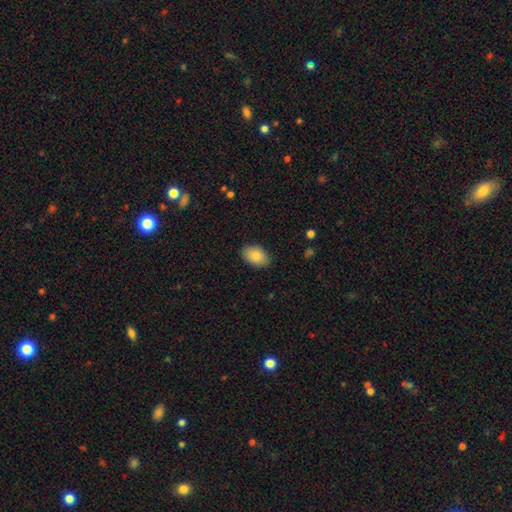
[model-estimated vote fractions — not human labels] This appears to be a smooth galaxy with no disk features (85%) that is in between round and cigar-shaped (89%). Merging: none (87%).